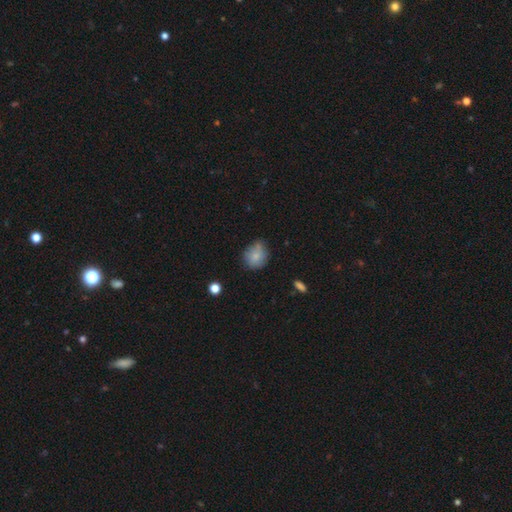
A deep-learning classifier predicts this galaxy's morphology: type=smooth (77%); roundness=round (65%); merging=none (62%).